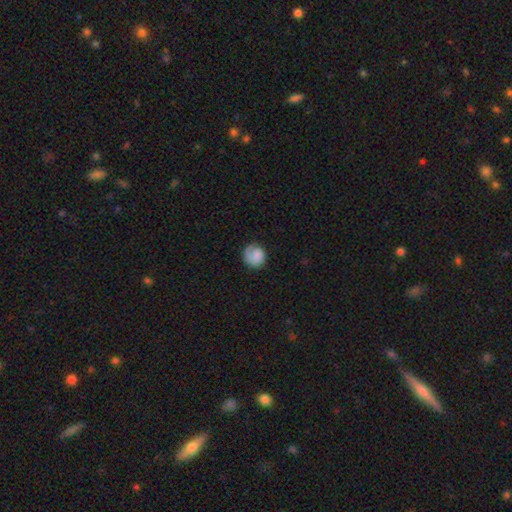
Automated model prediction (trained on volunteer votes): A smooth galaxy with no disk features (71%) that is round (81%). Merging: none (65%).